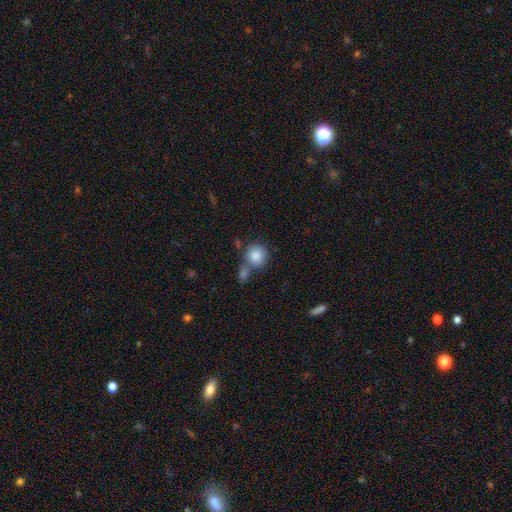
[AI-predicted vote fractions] This is clearly a smooth galaxy (86%). How rounded: clearly round (87%). Merging: possibly none (52%).